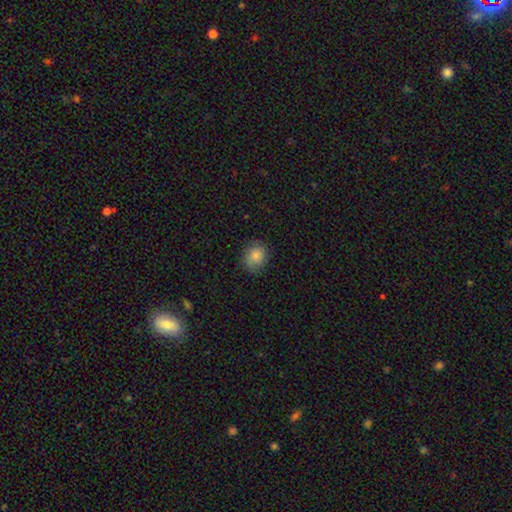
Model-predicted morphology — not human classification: type=smooth (82%); roundness=round (70%); merging=none (80%).